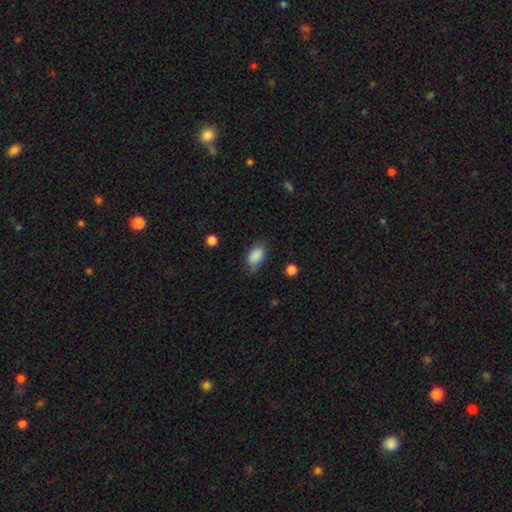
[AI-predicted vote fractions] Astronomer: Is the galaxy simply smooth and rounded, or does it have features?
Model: smooth — 87%.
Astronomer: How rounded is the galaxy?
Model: in between — 90%.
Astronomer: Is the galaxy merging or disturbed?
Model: none — 66%.